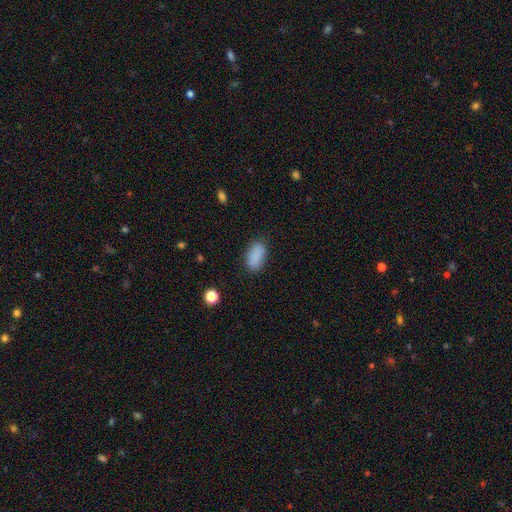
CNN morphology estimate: Smooth or featured?
  - smooth: 88% *
  - star or artifact: 8%
  - featured or disk: 4%
How rounded?
  - in between: 91% *
  - cigar-shaped: 5%
  - round: 4%
Merging?
  - none: 82% *
  - minor disturbance: 13%
  - major disturbance: 3%
  - merger: 1%